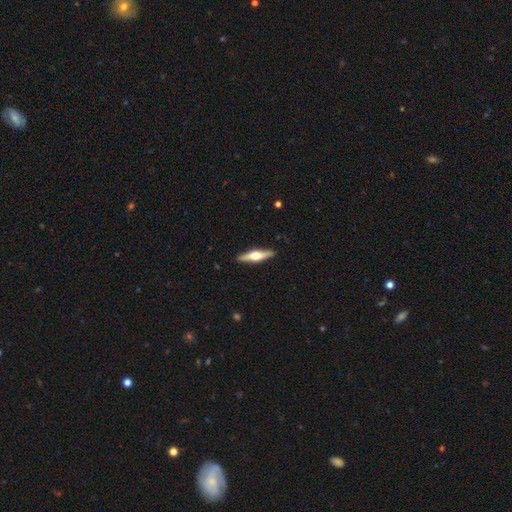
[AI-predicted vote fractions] smooth_or_featured: featured or disk (p=0.64) [alt: smooth p=0.31]
disk_edge_on: yes (p=0.97) [alt: no p=0.03]
edge_on_bulge: rounded (p=0.94) [alt: boxy p=0.04]
merging: none (p=0.91) [alt: minor disturbance p=0.07]